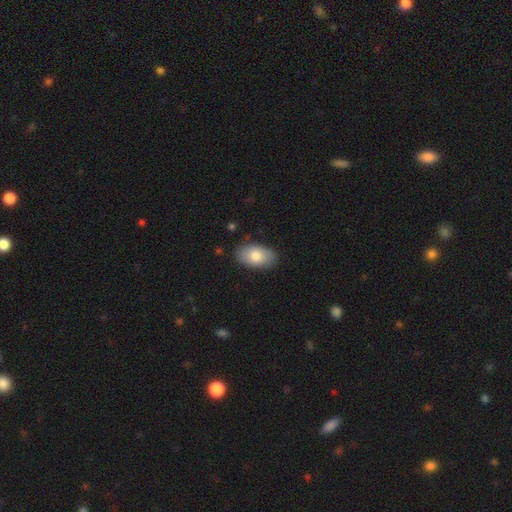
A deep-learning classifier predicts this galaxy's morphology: Smooth or featured? Predicted: smooth (p=0.80). How rounded? Predicted: in between (p=0.94). Merging? Predicted: none (p=0.85).